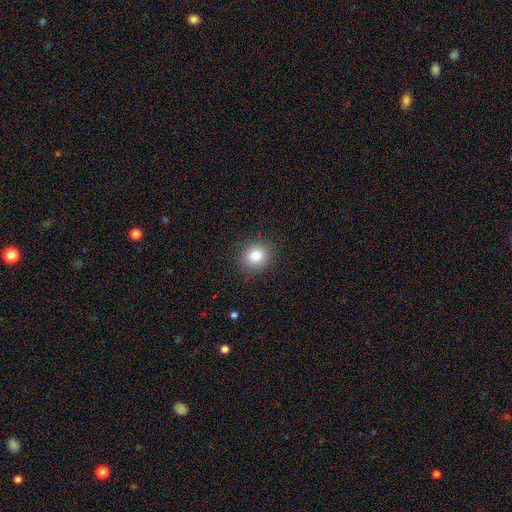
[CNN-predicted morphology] A smooth galaxy with no disk features (82%) that is round (84%). Merging: none (88%).